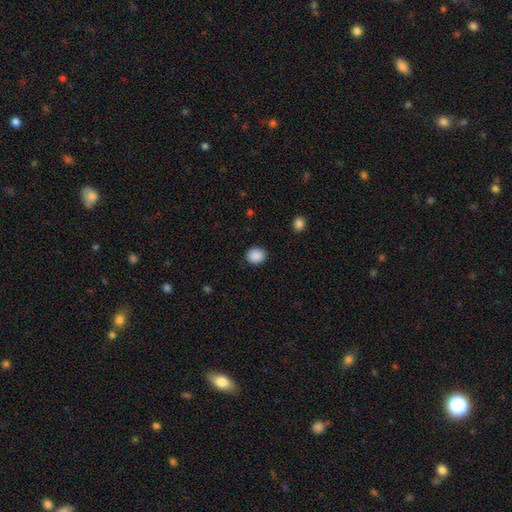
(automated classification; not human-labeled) Overall: smooth (89%). How rounded: round (66%; in between 33%). Merging: none (88%).